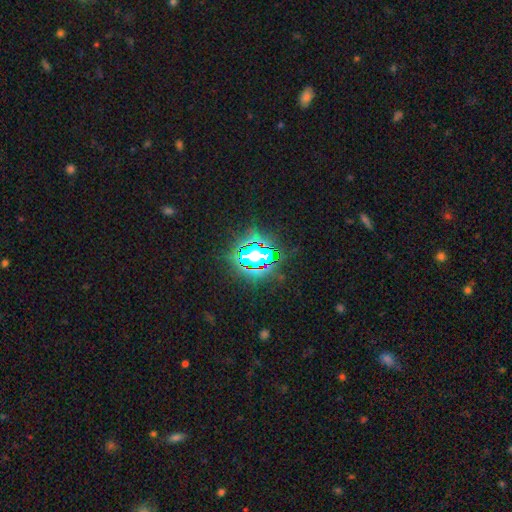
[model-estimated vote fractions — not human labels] A star or artifact, not a galaxy (70%).